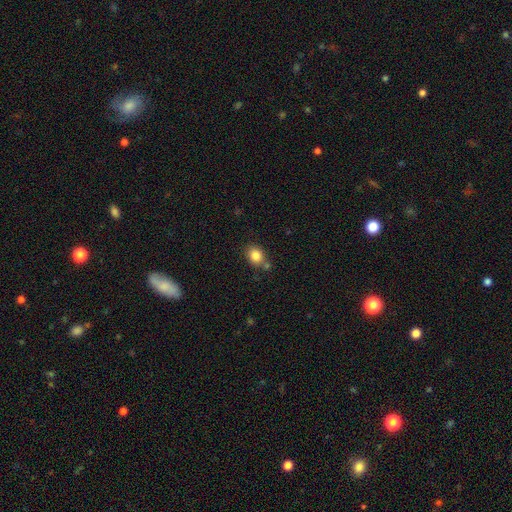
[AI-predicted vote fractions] Overall: smooth (84%). How rounded: round (52%; in between 47%). Merging: none (71%).